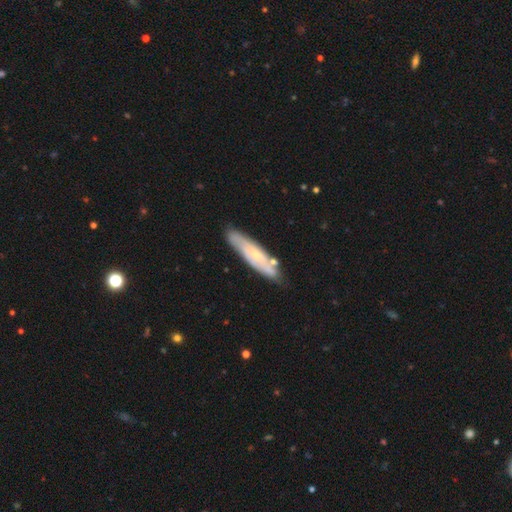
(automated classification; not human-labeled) Smooth or featured? Predicted: featured or disk (p=0.59). Edge-on disk? Predicted: no (p=0.58). Merging? Predicted: none (p=0.76).